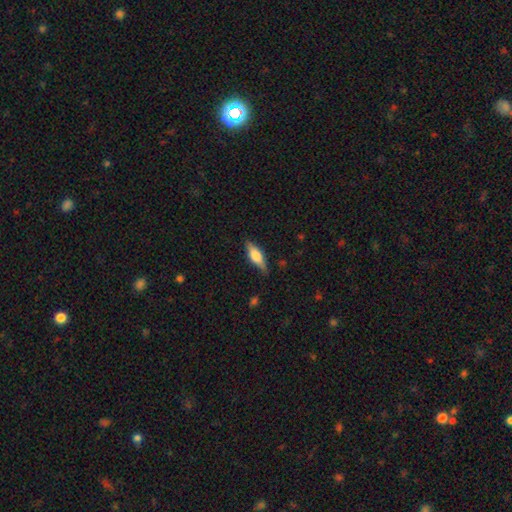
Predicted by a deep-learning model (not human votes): Morphology: type=smooth (49%); merging=none (82%).